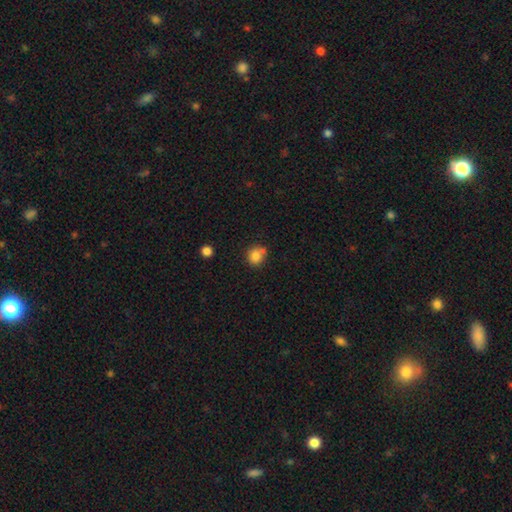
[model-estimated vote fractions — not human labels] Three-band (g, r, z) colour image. It shows a smooth galaxy with no disk features (82%) that is round (80%). Merging: none (59%).